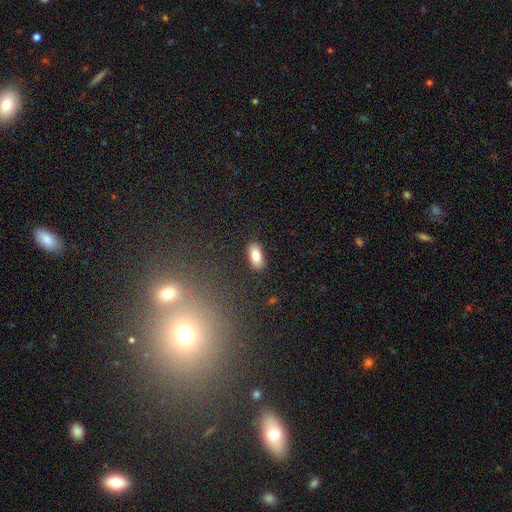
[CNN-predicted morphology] Smooth or featured? Predicted: smooth (p=0.83). How rounded? Predicted: in between (p=0.91). Merging? Predicted: none (p=0.86).